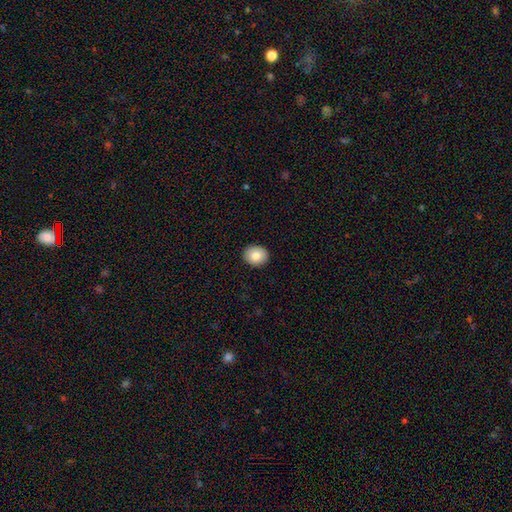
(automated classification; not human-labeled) Q: Smooth or featured?
A: smooth (81%); runner-up: featured or disk (11%)
Q: How rounded?
A: round (68%); runner-up: in between (31%)
Q: Merging?
A: none (92%); runner-up: minor disturbance (6%)